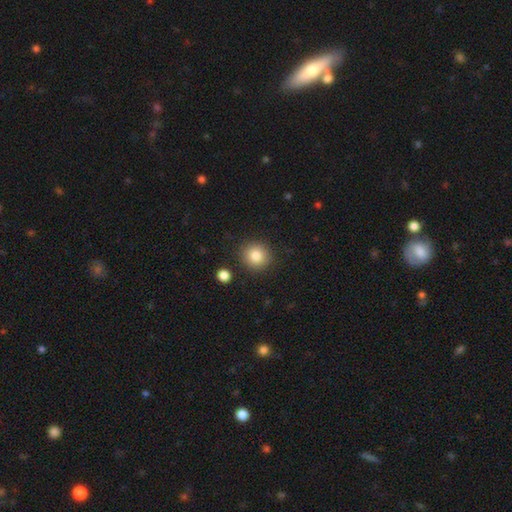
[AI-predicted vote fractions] Overall: smooth (84%). How rounded: round (92%). Merging: none (88%).